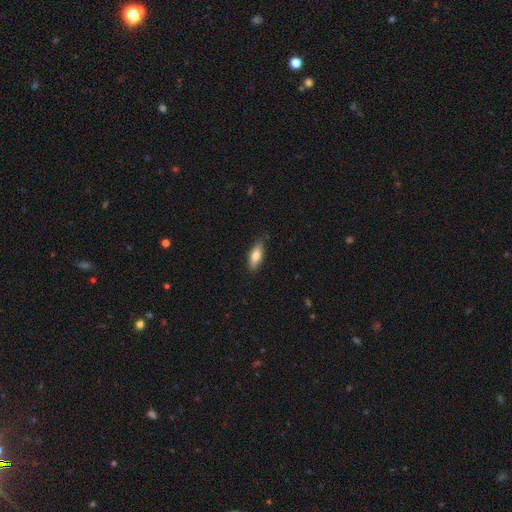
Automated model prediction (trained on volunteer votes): Smooth or featured? smooth (76%)
How rounded? in between (68%)
Merging? none (86%)